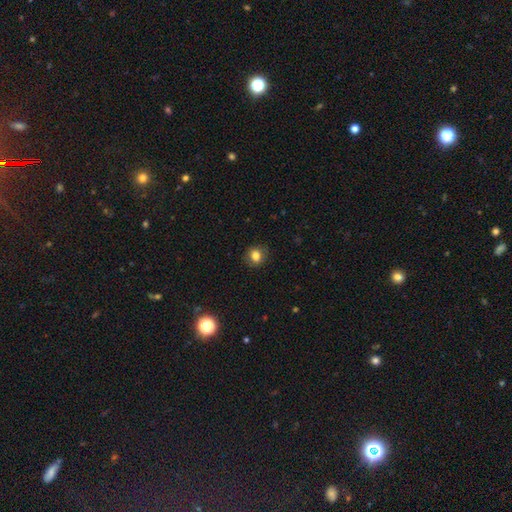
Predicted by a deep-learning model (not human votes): Q: Smooth or featured?
A: smooth (79%); runner-up: star or artifact (11%)
Q: How rounded?
A: round (73%); runner-up: in between (26%)
Q: Merging?
A: none (86%); runner-up: minor disturbance (10%)